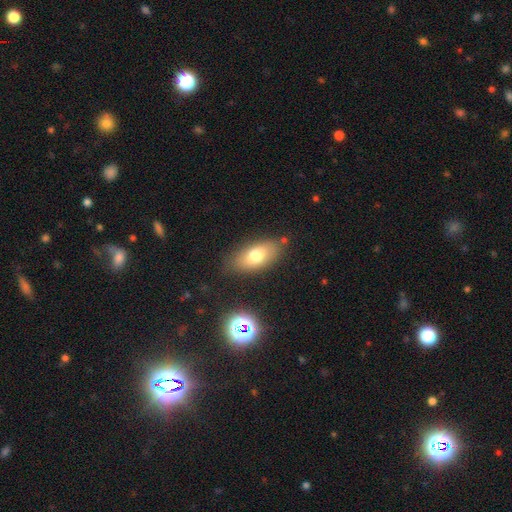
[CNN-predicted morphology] type=smooth (73%); roundness=in between (89%); merging=none (79%).